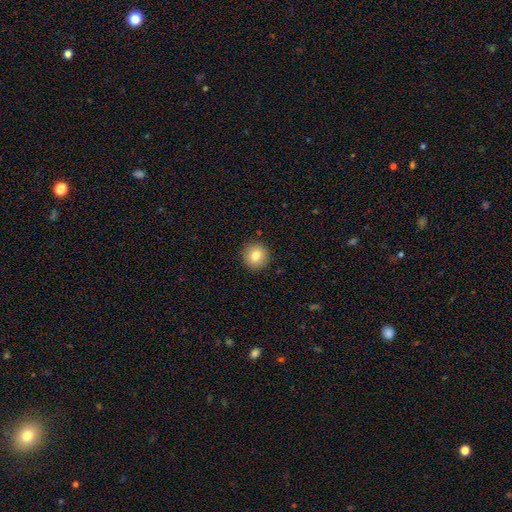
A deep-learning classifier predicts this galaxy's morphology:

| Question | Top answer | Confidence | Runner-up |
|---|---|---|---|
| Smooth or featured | smooth | 80% | featured or disk (10%) |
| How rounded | round | 94% | in between (5%) |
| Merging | none | 92% | minor disturbance (6%) |